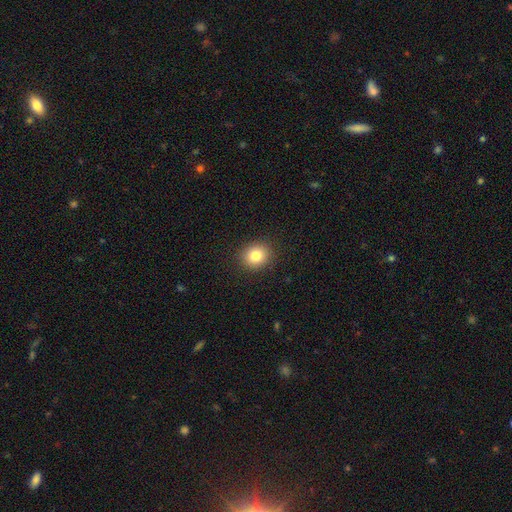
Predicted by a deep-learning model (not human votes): smooth-or-featured: smooth: 82% | star or artifact: 10% | featured or disk: 7%
  how-rounded: round: 75% | in between: 24% | cigar-shaped: 1%
  merging: none: 90% | minor disturbance: 7% | major disturbance: 2% | merger: 1%